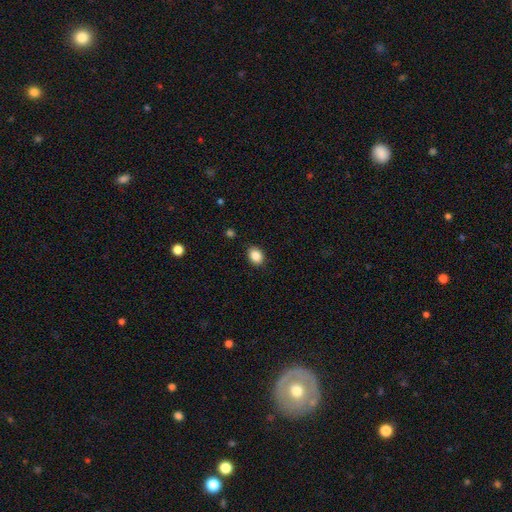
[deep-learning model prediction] A smooth galaxy with no disk features (87%) that is in between round and cigar-shaped (65%).

Vote fractions:
- Smooth or featured? smooth: 87% / star or artifact: 9% / featured or disk: 4%
- How rounded? in between: 65% / round: 34% / cigar-shaped: 1%
- Merging? none: 87% / minor disturbance: 10% / major disturbance: 2% / merger: 1%